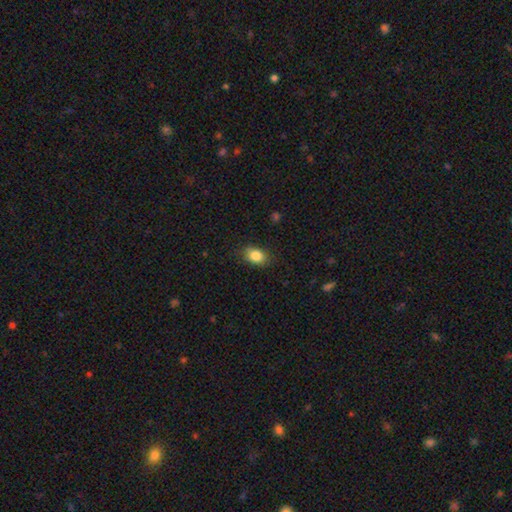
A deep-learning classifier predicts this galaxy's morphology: Smooth or featured? Predicted: smooth (p=0.85). How rounded? Predicted: in between (p=0.78). Merging? Predicted: none (p=0.83).